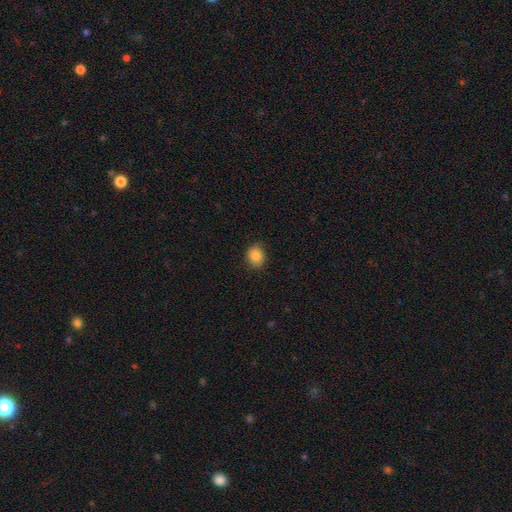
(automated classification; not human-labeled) This is clearly a smooth galaxy (85%). How rounded: possibly round (58%). Merging: clearly none (85%).